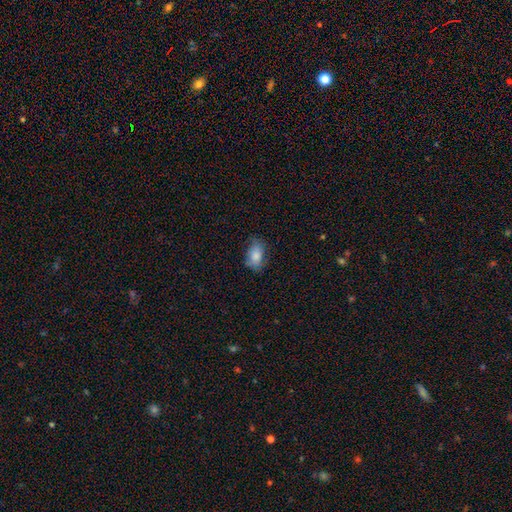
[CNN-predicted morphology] This appears to be a smooth galaxy with no disk features (79%) that is in between round and cigar-shaped (87%). Merging: none (65%).